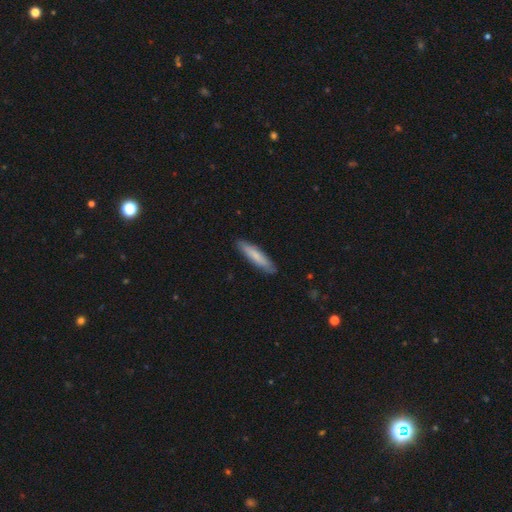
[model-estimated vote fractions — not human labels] The model was most divided on "smooth or featured": smooth: 73%, featured or disk: 21%, star or artifact: 5%. More confident: merging — none (87%); how rounded — cigar-shaped (84%).